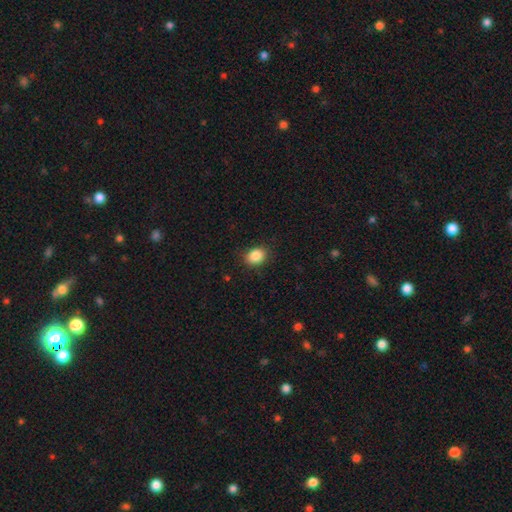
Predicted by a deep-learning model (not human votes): Smooth or featured?
  - smooth: 87% *
  - star or artifact: 9%
  - featured or disk: 4%
How rounded?
  - in between: 57% *
  - round: 42%
  - cigar-shaped: 1%
Merging?
  - none: 87% *
  - minor disturbance: 9%
  - major disturbance: 3%
  - merger: 1%